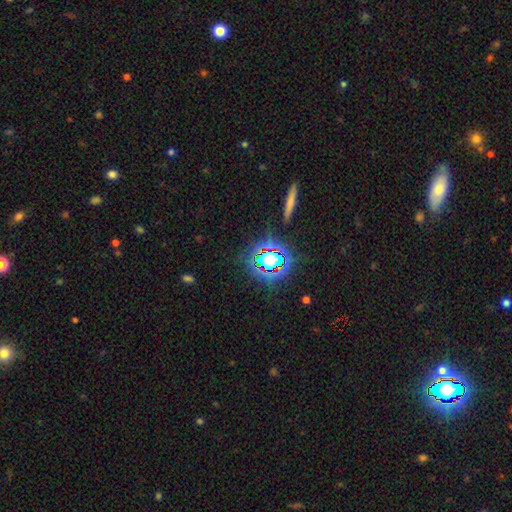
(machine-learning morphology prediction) Q: Smooth or featured?
A: star or artifact (77%); runner-up: smooth (14%)